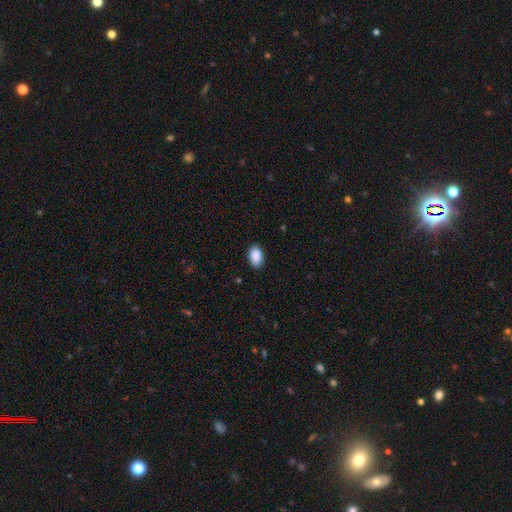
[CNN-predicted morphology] Smooth or featured?
  - smooth: 90% *
  - star or artifact: 7%
  - featured or disk: 3%
How rounded?
  - in between: 91% *
  - round: 8%
  - cigar-shaped: 1%
Merging?
  - none: 87% *
  - minor disturbance: 10%
  - major disturbance: 2%
  - merger: 1%